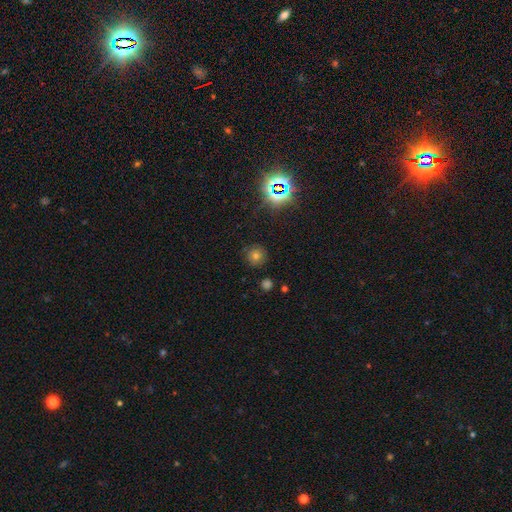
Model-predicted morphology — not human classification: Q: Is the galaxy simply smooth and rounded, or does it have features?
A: smooth — 66%.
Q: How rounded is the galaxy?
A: round — 92%.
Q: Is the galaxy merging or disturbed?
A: none — 85%.